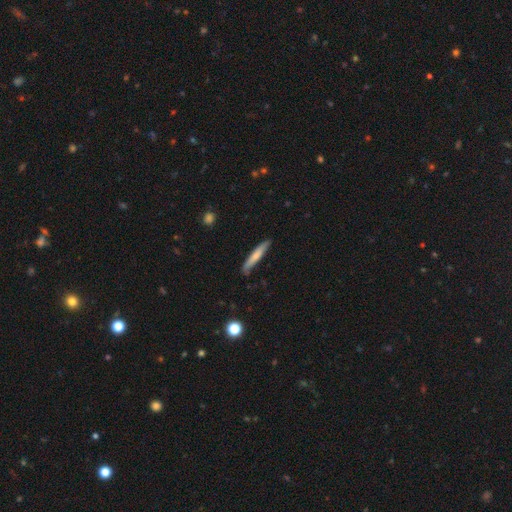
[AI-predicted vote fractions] A smooth galaxy with no disk features (69%) that is cigar-shaped (94%).

Vote fractions:
- Smooth or featured? smooth: 69% / featured or disk: 26% / star or artifact: 6%
- How rounded? cigar-shaped: 94% / in between: 5% / round: 1%
- Merging? none: 80% / minor disturbance: 16% / major disturbance: 3% / merger: 2%